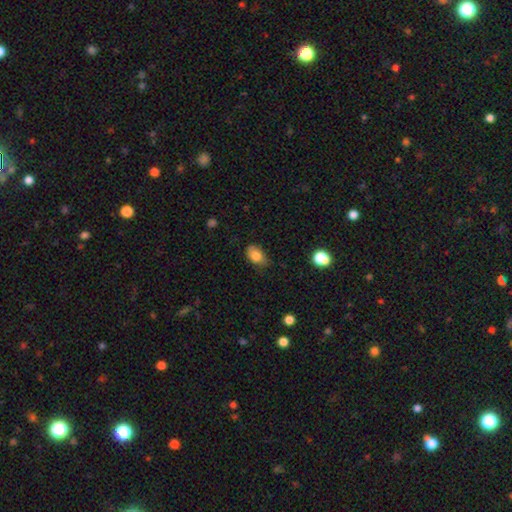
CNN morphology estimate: Q: Smooth or featured?
A: smooth (81%); runner-up: featured or disk (10%)
Q: How rounded?
A: in between (84%); runner-up: round (14%)
Q: Merging?
A: none (61%); runner-up: minor disturbance (31%)